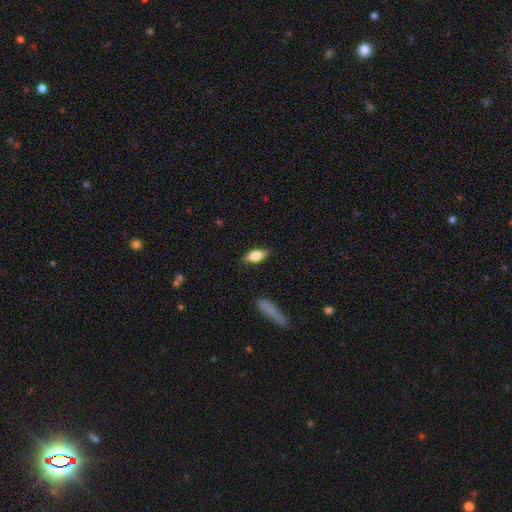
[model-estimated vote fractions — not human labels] smooth 76%, featured or disk 17%, star or artifact 7%. Down the decision tree: how rounded — in between (82%); merging — none (84%).